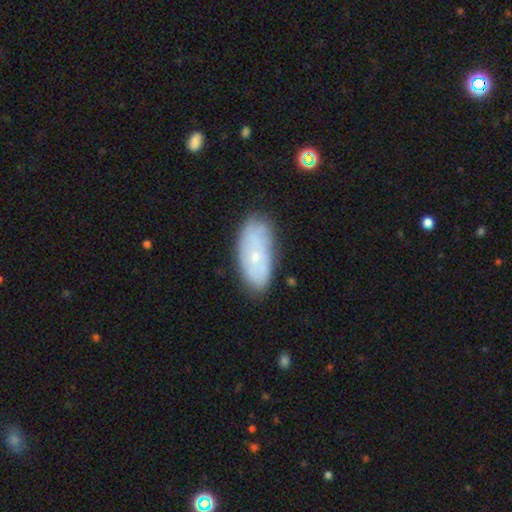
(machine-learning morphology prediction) This appears to be a smooth galaxy with no disk features (53%) that is in between round and cigar-shaped (91%). Merging: none (72%).